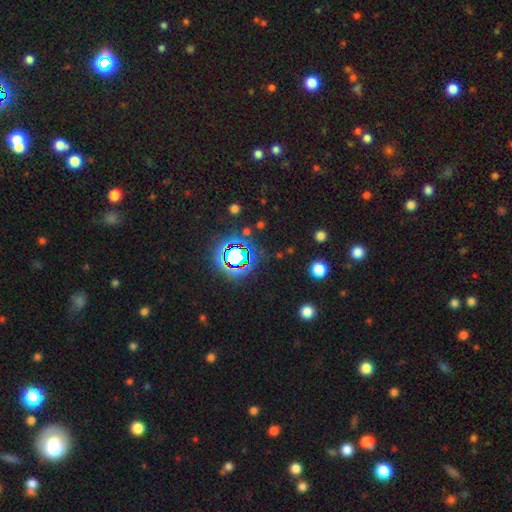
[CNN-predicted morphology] Overall: star or artifact (79%).